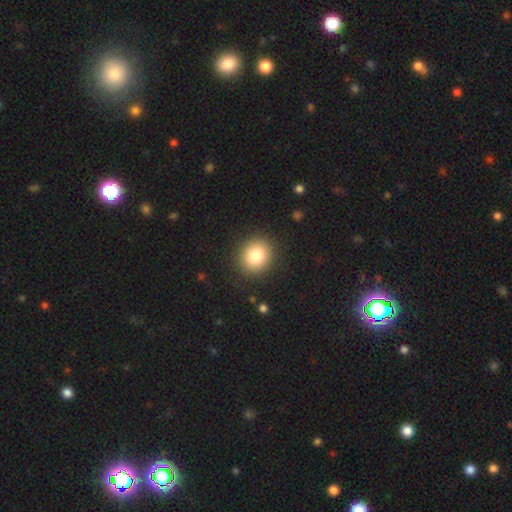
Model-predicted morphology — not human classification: smooth_or_featured: smooth (p=0.83) [alt: star or artifact p=0.10]
how_rounded: round (p=0.76) [alt: in between p=0.24]
merging: none (p=0.90) [alt: minor disturbance p=0.07]